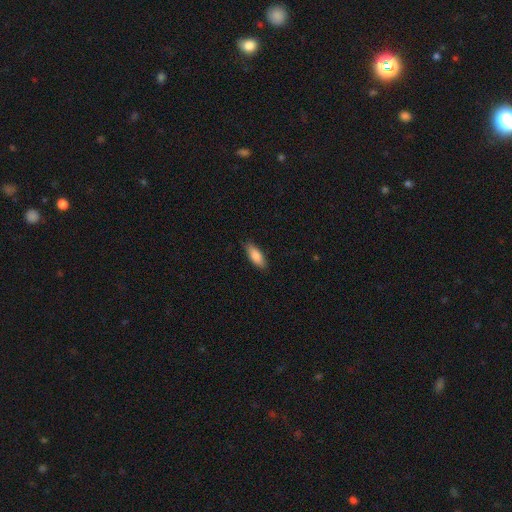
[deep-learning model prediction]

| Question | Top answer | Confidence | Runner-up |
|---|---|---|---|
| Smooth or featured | smooth | 83% | featured or disk (11%) |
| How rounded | in between | 71% | cigar-shaped (27%) |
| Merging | none | 84% | minor disturbance (13%) |